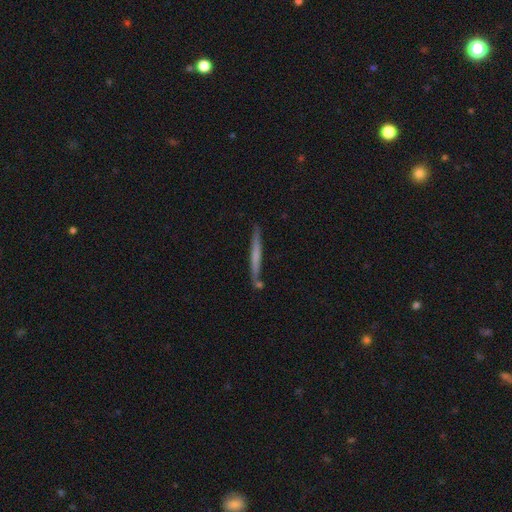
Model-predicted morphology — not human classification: This appears to be a smooth galaxy with no disk features (51%) that is cigar-shaped (96%). Merging: none (80%).